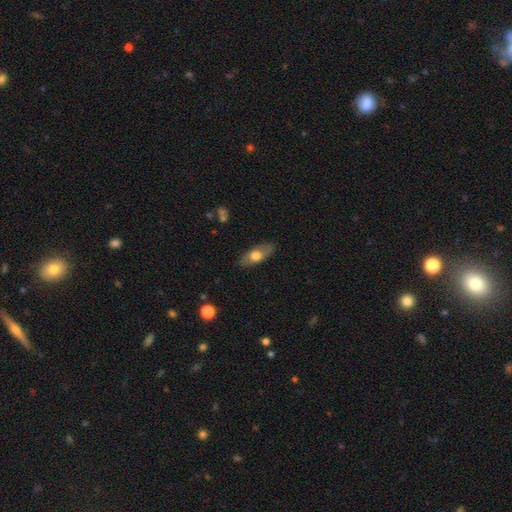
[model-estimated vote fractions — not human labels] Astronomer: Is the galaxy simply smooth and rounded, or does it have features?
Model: smooth — 58% (runner-up: featured or disk, 36%).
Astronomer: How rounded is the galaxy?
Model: in between — 82%.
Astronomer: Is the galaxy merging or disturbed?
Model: none — 83%.